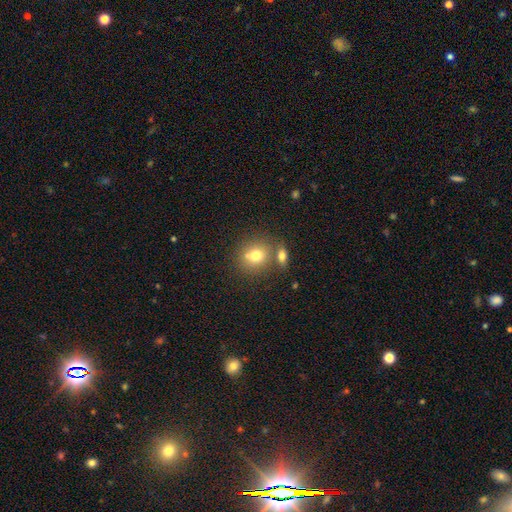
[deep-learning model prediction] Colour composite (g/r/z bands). It shows a smooth galaxy with no disk features (74%) that is round (75%). Merging: none (57%).